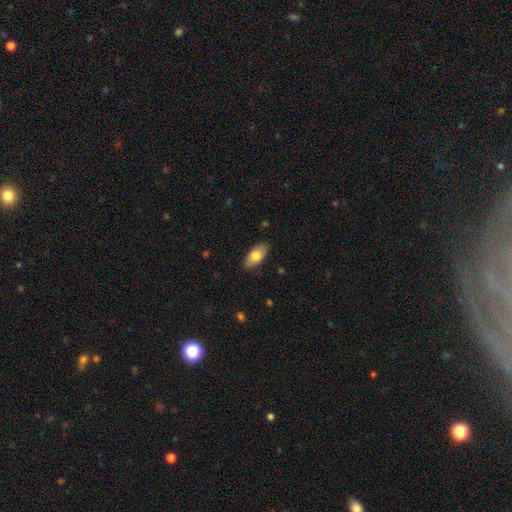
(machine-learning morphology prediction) A smooth galaxy with no disk features (78%) that is in between round and cigar-shaped (91%).

Vote fractions:
- Smooth or featured? smooth: 78% / featured or disk: 16% / star or artifact: 6%
- How rounded? in between: 91% / cigar-shaped: 6% / round: 3%
- Merging? none: 86% / minor disturbance: 11% / major disturbance: 2% / merger: 1%